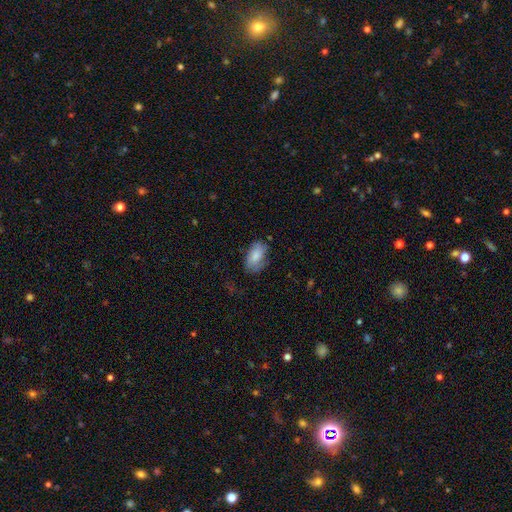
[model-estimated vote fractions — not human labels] Smooth or featured?
  - smooth: 80% *
  - featured or disk: 14%
  - star or artifact: 7%
How rounded?
  - in between: 93% *
  - round: 5%
  - cigar-shaped: 2%
Merging?
  - none: 65% *
  - minor disturbance: 25%
  - major disturbance: 8%
  - merger: 2%